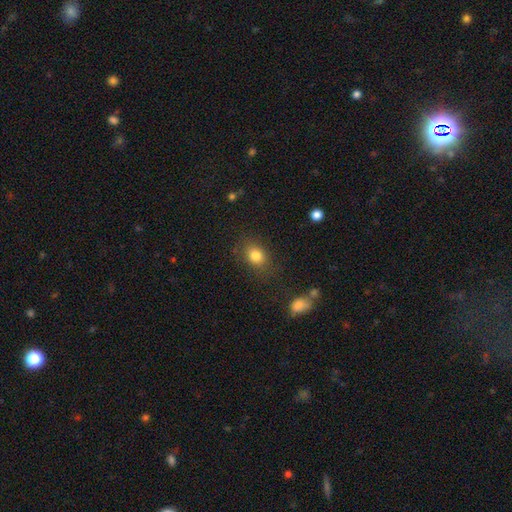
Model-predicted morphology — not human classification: A smooth galaxy with no disk features (82%) that is in between round and cigar-shaped (50%).

Vote fractions:
- Smooth or featured? smooth: 82% / star or artifact: 11% / featured or disk: 7%
- How rounded? in between: 50% / round: 49% / cigar-shaped: 1%
- Merging? none: 79% / minor disturbance: 13% / major disturbance: 5% / merger: 3%